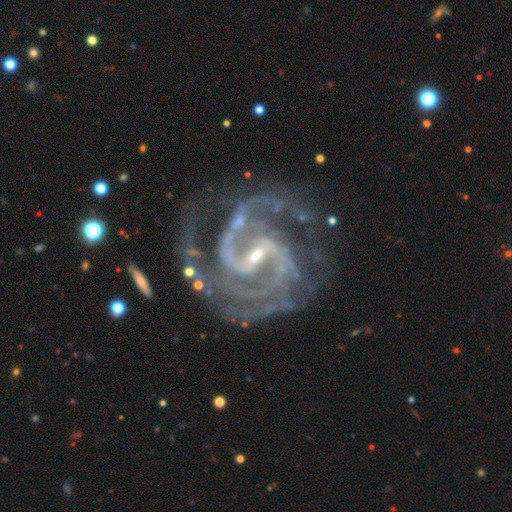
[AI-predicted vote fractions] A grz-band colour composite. It shows a featured or disk galaxy (94%) with a strong bar (48%), 2 (72%) medium (48%) spiral arms (99%) and a small central bulge (80%). Merging: none (69%).